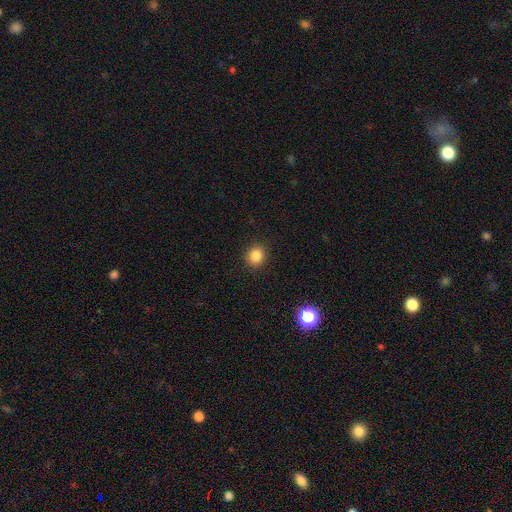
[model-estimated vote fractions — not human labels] smooth_or_featured: smooth (p=0.84) [alt: star or artifact p=0.11]
how_rounded: round (p=0.81) [alt: in between p=0.18]
merging: none (p=0.91) [alt: minor disturbance p=0.06]